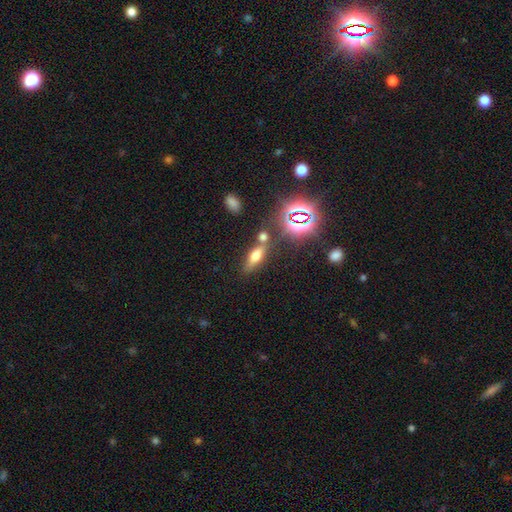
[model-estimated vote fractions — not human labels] Overall: smooth (51%; featured or disk 25%). How rounded: in between (52%; cigar-shaped 36%). Merging: none (64%).